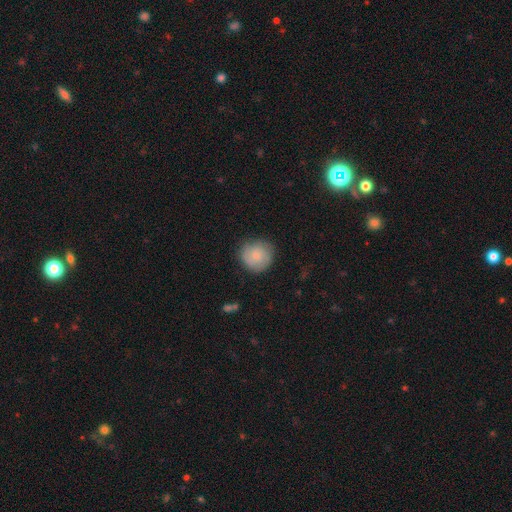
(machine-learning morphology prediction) This is likely a smooth galaxy (73%). How rounded: clearly round (93%). Merging: clearly none (81%).